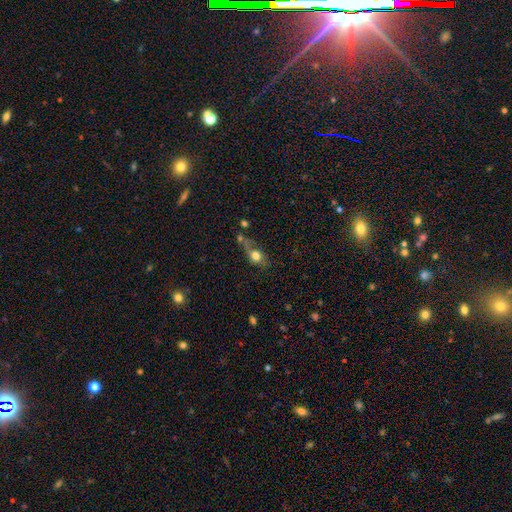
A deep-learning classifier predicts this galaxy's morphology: Smooth or featured?
  - smooth: 64% *
  - featured or disk: 24%
  - star or artifact: 12%
How rounded?
  - in between: 55% *
  - round: 37%
  - cigar-shaped: 8%
Merging?
  - none: 33% *
  - major disturbance: 25%
  - minor disturbance: 21%
  - merger: 20%